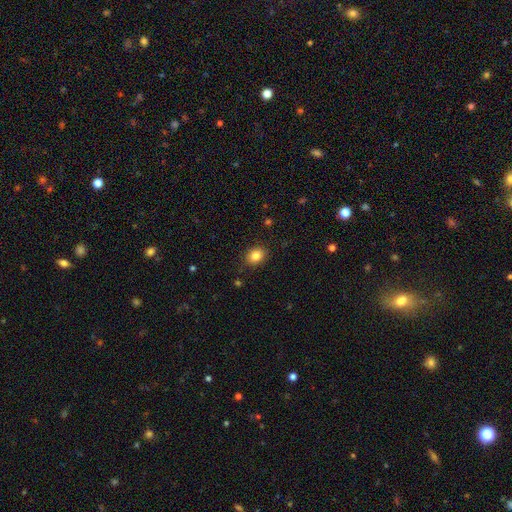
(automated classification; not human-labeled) A smooth galaxy with no disk features (84%) that is in between round and cigar-shaped (50%).

Vote fractions:
- Smooth or featured? smooth: 84% / star or artifact: 10% / featured or disk: 6%
- How rounded? in between: 50% / round: 49% / cigar-shaped: 1%
- Merging? none: 86% / minor disturbance: 10% / major disturbance: 3% / merger: 1%